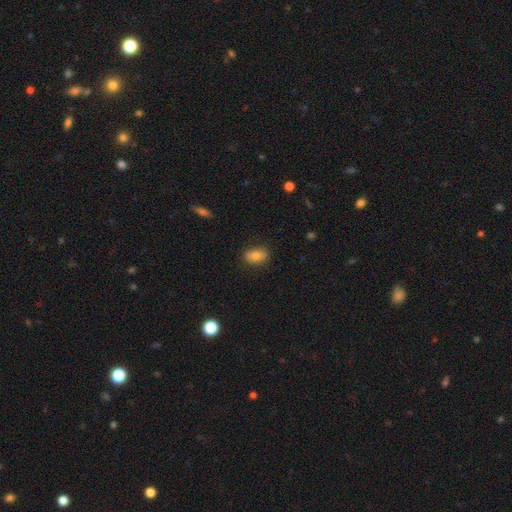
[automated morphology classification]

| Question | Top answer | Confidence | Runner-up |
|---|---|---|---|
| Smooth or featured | smooth | 78% | featured or disk (13%) |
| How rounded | in between | 82% | round (15%) |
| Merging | none | 82% | minor disturbance (14%) |